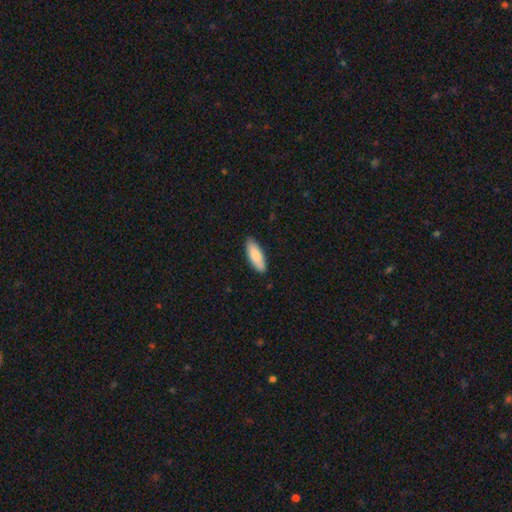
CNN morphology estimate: type=smooth (85%); roundness=in between (64%); merging=none (88%).